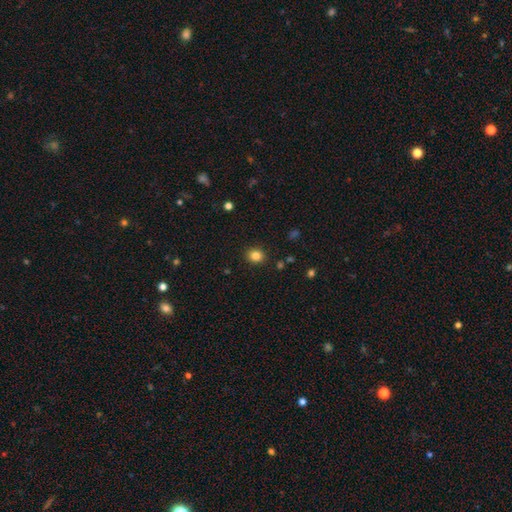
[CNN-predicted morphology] smooth 83%, star or artifact 12%, featured or disk 5%. Down the decision tree: how rounded — round (72%); merging — none (90%).